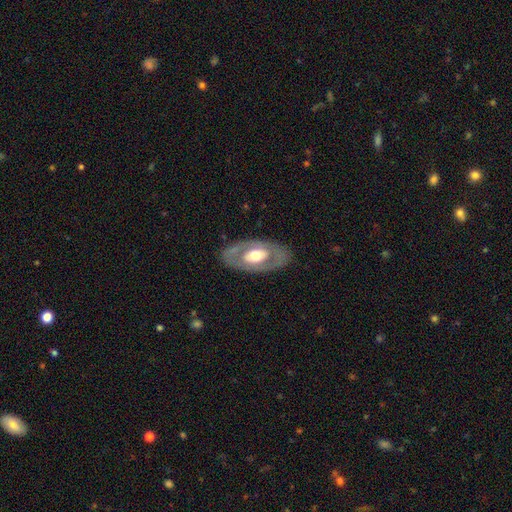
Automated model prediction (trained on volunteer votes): A featured or disk galaxy (62%) with no bar (71%), no spiral arms (82%) and a moderate central bulge (62%). Merging: none (82%).